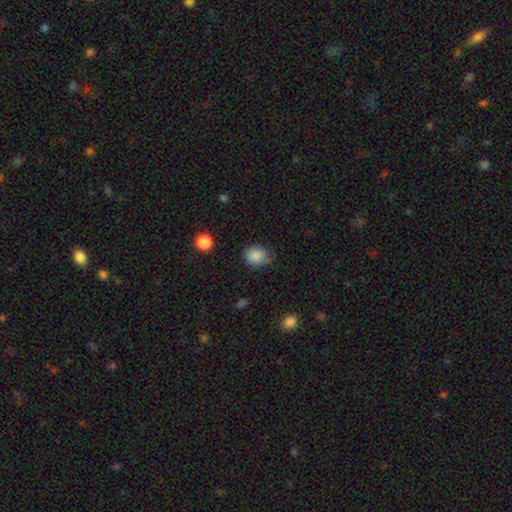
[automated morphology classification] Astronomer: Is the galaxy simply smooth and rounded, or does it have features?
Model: smooth — 87%.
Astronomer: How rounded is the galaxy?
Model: in between — 51% (runner-up: round, 48%).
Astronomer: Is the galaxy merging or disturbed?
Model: none — 68%.